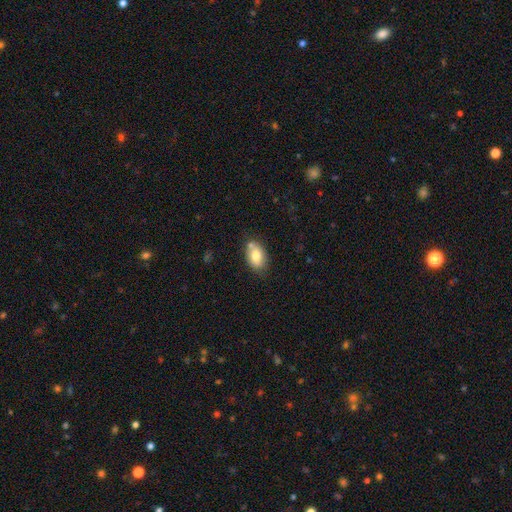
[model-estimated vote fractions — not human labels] smooth_or_featured: smooth (p=0.78) [alt: featured or disk p=0.14]
how_rounded: in between (p=0.87) [alt: round p=0.12]
merging: none (p=0.68) [alt: minor disturbance p=0.18]